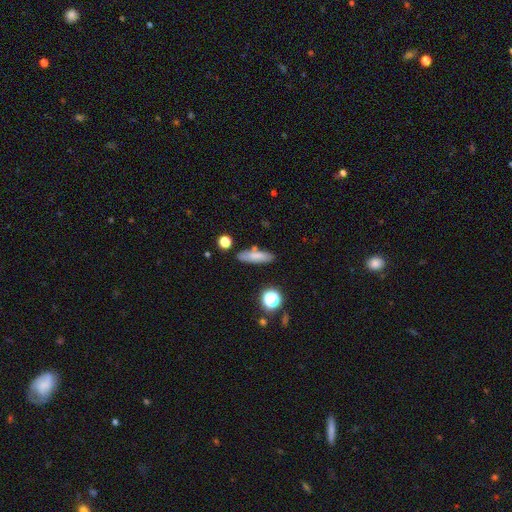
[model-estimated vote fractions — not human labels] This is likely a smooth galaxy (75%). How rounded: possibly cigar-shaped (57%). Merging: likely none (77%).